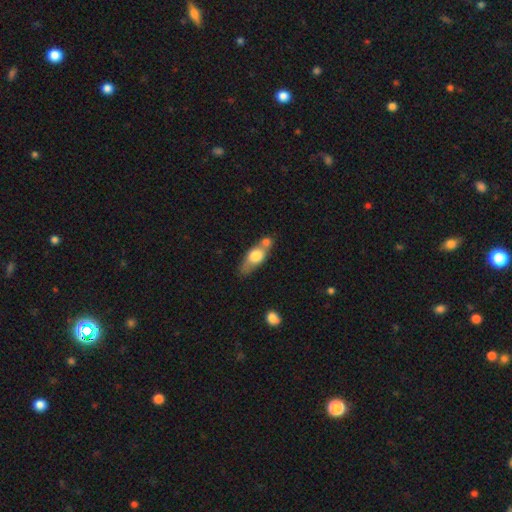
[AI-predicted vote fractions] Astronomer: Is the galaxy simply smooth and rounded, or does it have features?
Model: smooth — 64%.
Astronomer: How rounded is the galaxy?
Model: in between — 66%.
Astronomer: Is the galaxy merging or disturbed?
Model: none — 40% (runner-up: merger, 34%).